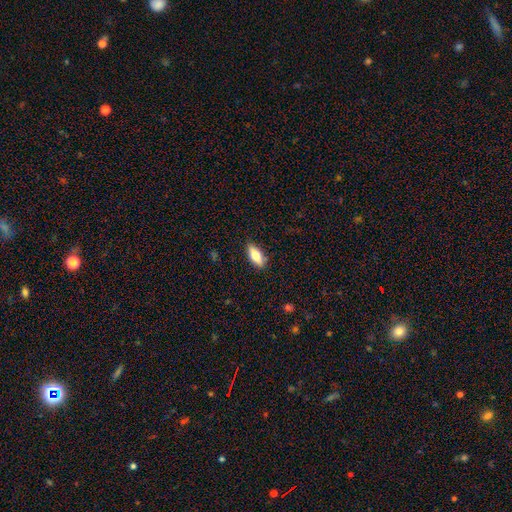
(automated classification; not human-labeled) The model was most divided on "smooth or featured": smooth: 71%, featured or disk: 22%, star or artifact: 6%. More confident: merging — none (86%); how rounded — in between (75%).